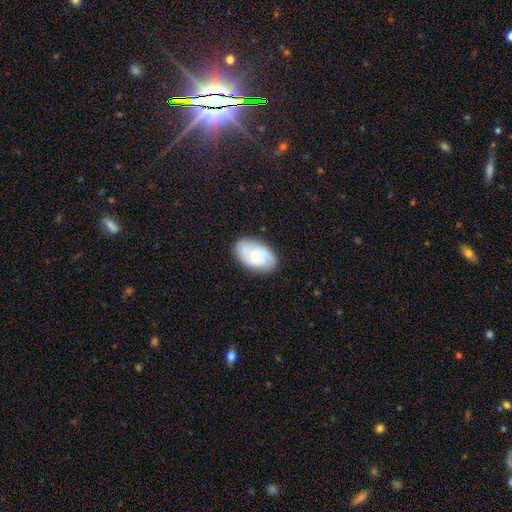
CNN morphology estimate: Smooth or featured? Predicted: featured or disk (p=0.48). Merging? Predicted: none (p=0.82).